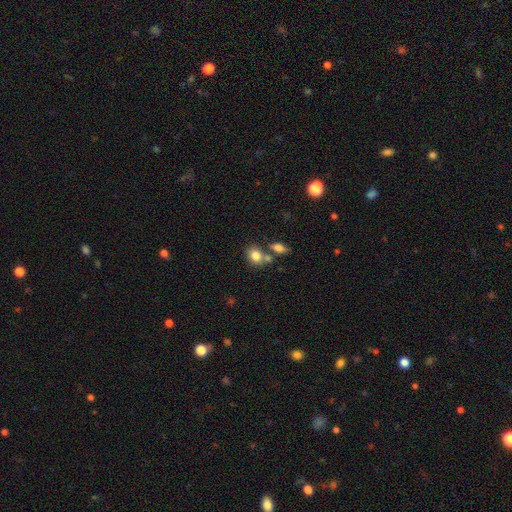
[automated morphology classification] This is clearly a smooth galaxy (81%). How rounded: possibly in between (56%). Merging: possibly none (50%).